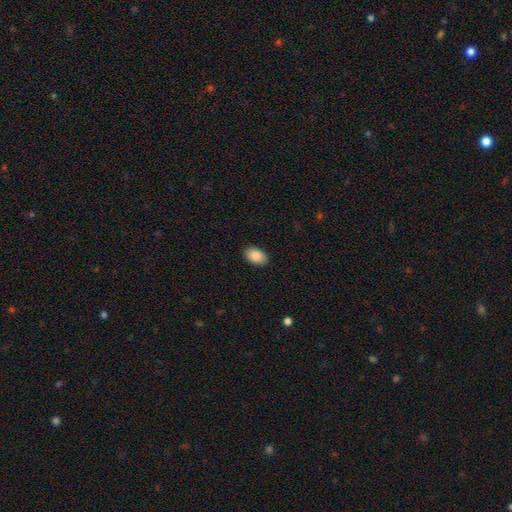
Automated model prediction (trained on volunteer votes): Smooth or featured?
  - smooth: 88% *
  - star or artifact: 7%
  - featured or disk: 5%
How rounded?
  - in between: 92% *
  - round: 7%
  - cigar-shaped: 1%
Merging?
  - none: 89% *
  - minor disturbance: 8%
  - major disturbance: 2%
  - merger: 1%